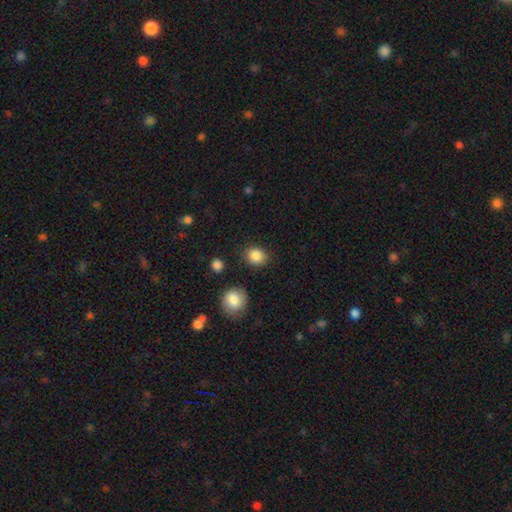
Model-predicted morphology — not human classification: Smooth or featured? Predicted: smooth (p=0.86). How rounded? Predicted: round (p=0.66). Merging? Predicted: none (p=0.84).